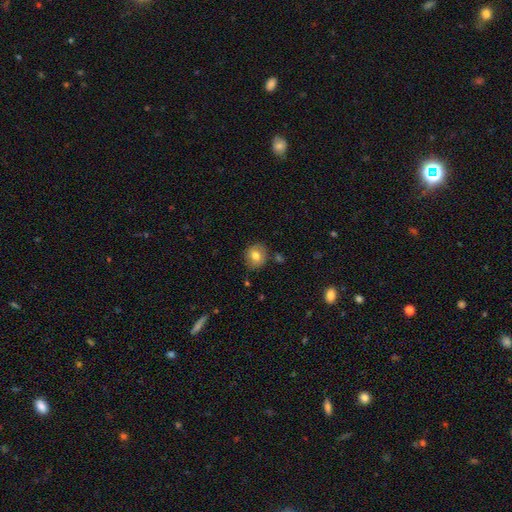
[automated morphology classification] This is likely a smooth galaxy (75%). How rounded: clearly round (81%). Merging: clearly none (81%).